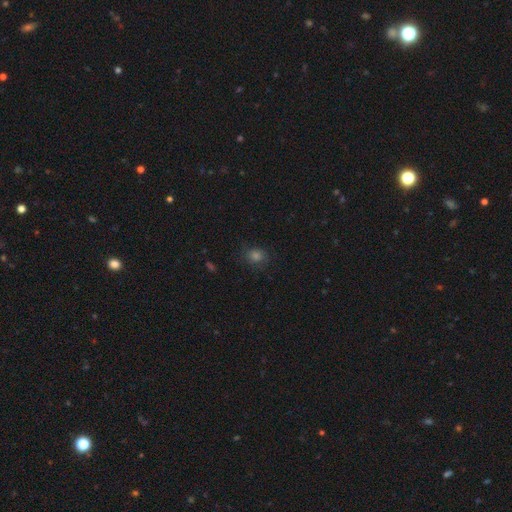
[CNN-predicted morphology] A smooth galaxy with no disk features (68%) that is round (73%). Merging: none (82%).